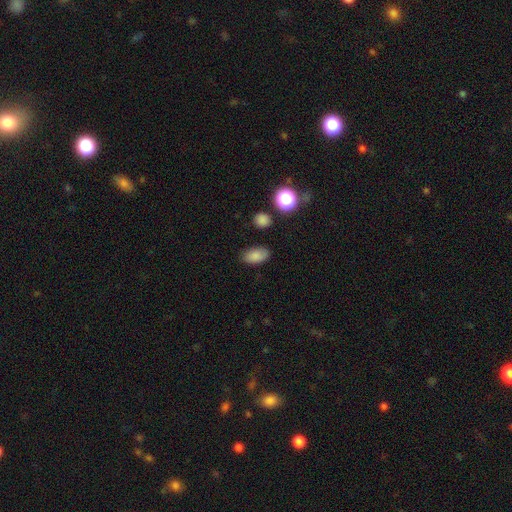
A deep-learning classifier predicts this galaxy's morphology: type=smooth (85%); roundness=in between (91%); merging=none (84%).